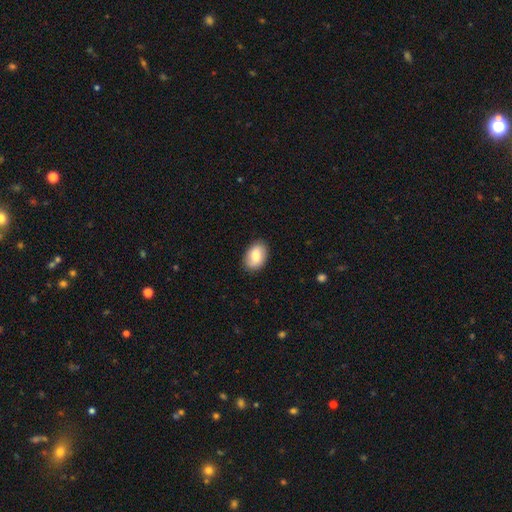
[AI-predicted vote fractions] Smooth or featured?
  - smooth: 79% *
  - featured or disk: 14%
  - star or artifact: 7%
How rounded?
  - in between: 86% *
  - round: 12%
  - cigar-shaped: 1%
Merging?
  - none: 87% *
  - minor disturbance: 10%
  - major disturbance: 2%
  - merger: 1%